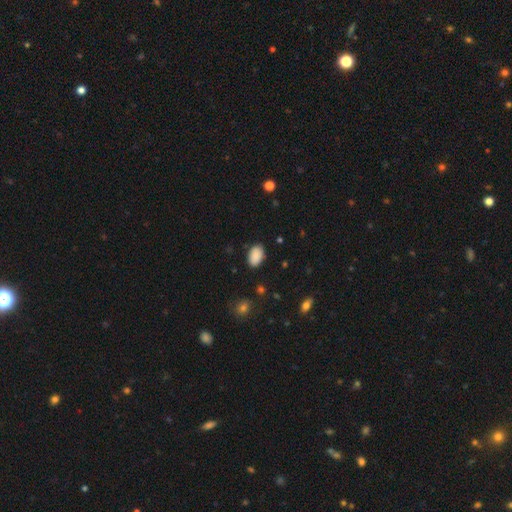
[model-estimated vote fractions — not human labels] The model was most divided on "merging": none: 86%, minor disturbance: 10%, major disturbance: 2%, merger: 1%. More confident: how rounded — in between (91%); smooth or featured — smooth (89%).